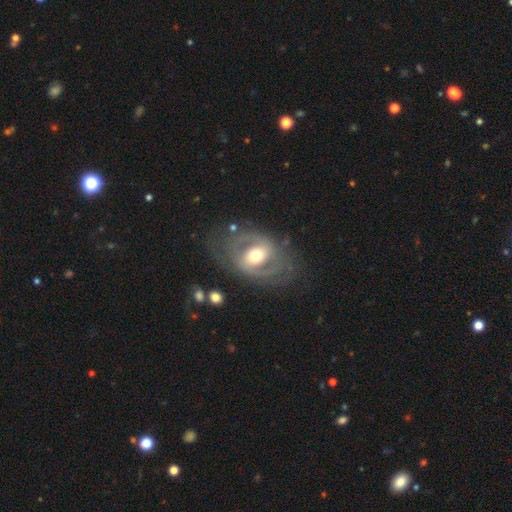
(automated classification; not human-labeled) Q: Smooth or featured?
A: featured or disk (75%); runner-up: smooth (19%)
Q: Edge-on disk?
A: no (95%); runner-up: yes (5%)
Q: Bar?
A: weak (37%); runner-up: no (36%)
Q: Spiral arms?
A: yes (71%); runner-up: no (29%)
Q: Spiral winding?
A: medium (45%); runner-up: tight (32%)
Q: Spiral arm count?
A: 2 (80%); runner-up: can't tell (11%)
Q: Bulge size?
A: moderate (68%); runner-up: large (19%)
Q: Merging?
A: none (70%); runner-up: minor disturbance (16%)